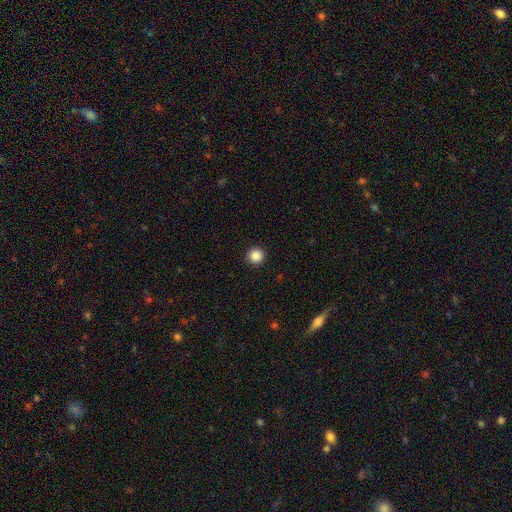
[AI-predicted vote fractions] This is clearly a smooth galaxy (87%). How rounded: clearly round (96%). Merging: clearly none (93%).